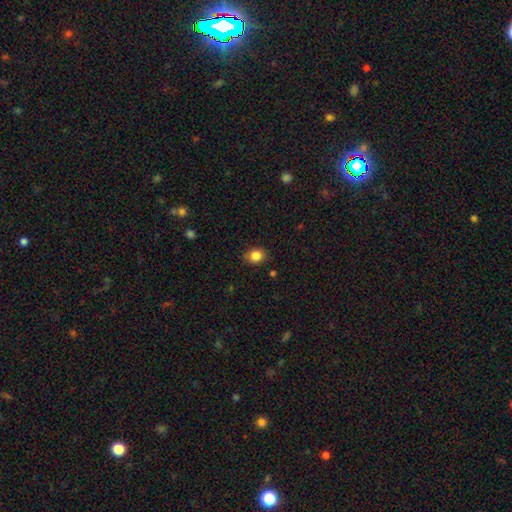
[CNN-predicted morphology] A smooth galaxy with no disk features (85%) that is round (59%). Merging: none (85%).